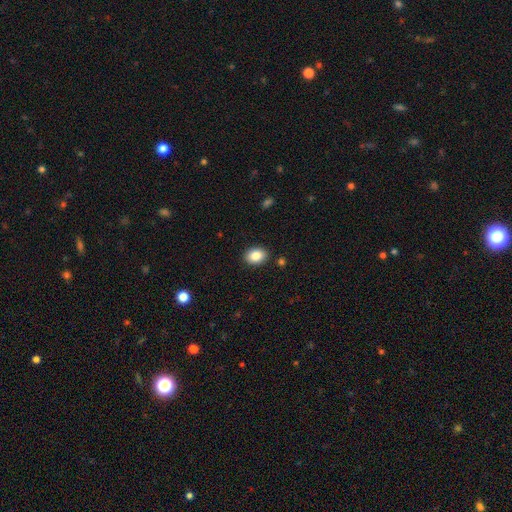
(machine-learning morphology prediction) The model was most divided on "how rounded": in between: 73%, round: 26%, cigar-shaped: 1%. More confident: merging — none (89%); smooth or featured — smooth (86%).